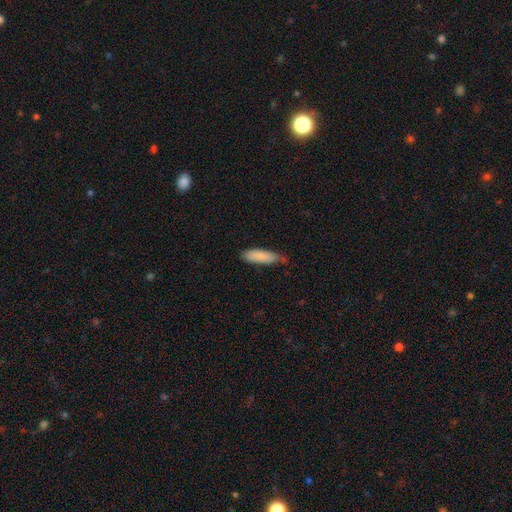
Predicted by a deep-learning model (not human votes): A smooth galaxy with no disk features (86%) that is cigar-shaped (56%). Merging: none (65%).